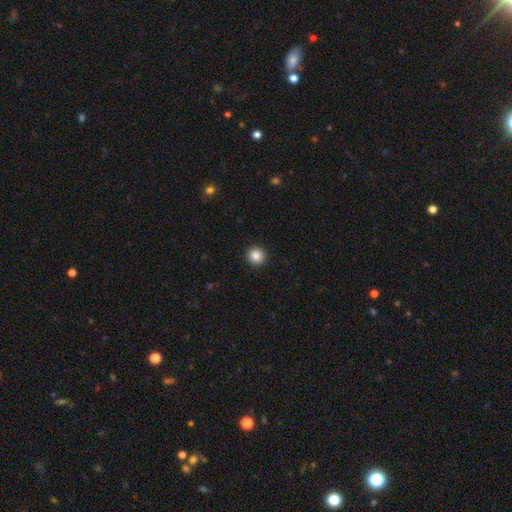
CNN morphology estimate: smooth 86%, star or artifact 10%, featured or disk 4%. Down the decision tree: how rounded — round (96%); merging — none (94%).